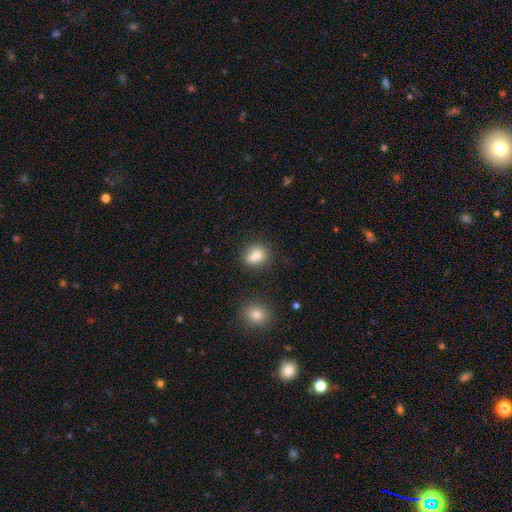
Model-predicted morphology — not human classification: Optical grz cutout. It shows a smooth galaxy with no disk features (82%) that is in between round and cigar-shaped (51%). Merging: none (61%).